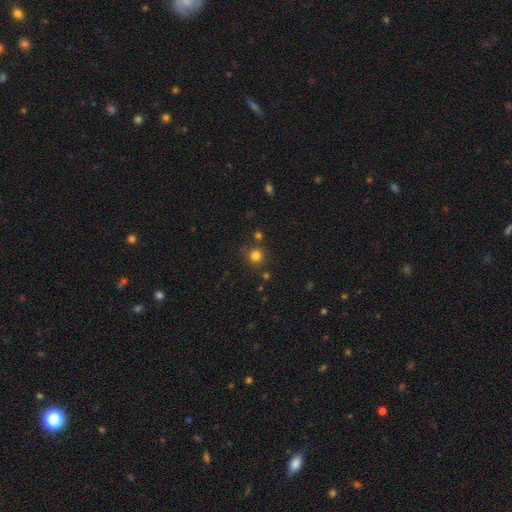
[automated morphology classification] Overall: smooth (80%). How rounded: round (93%). Merging: none (80%).